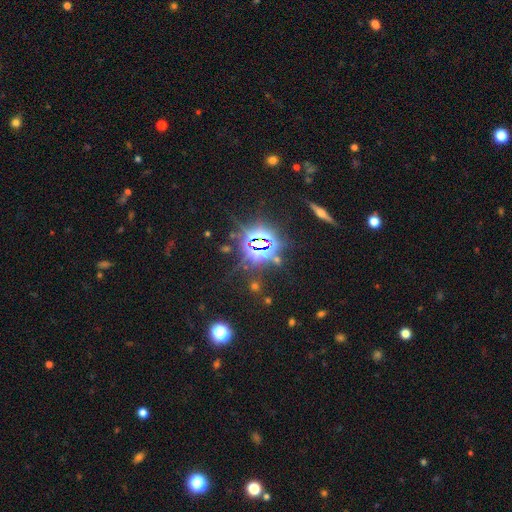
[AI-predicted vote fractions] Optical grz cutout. It shows a star or artifact, not a galaxy (82%).